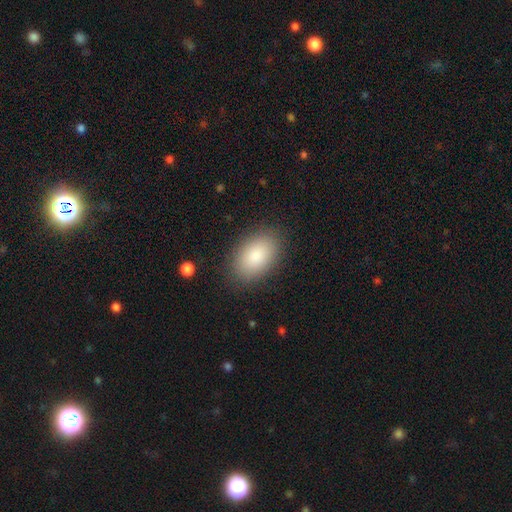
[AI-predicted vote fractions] The model was most divided on "merging": none: 86%, minor disturbance: 10%, major disturbance: 3%, merger: 1%. More confident: how rounded — in between (90%); smooth or featured — smooth (85%).